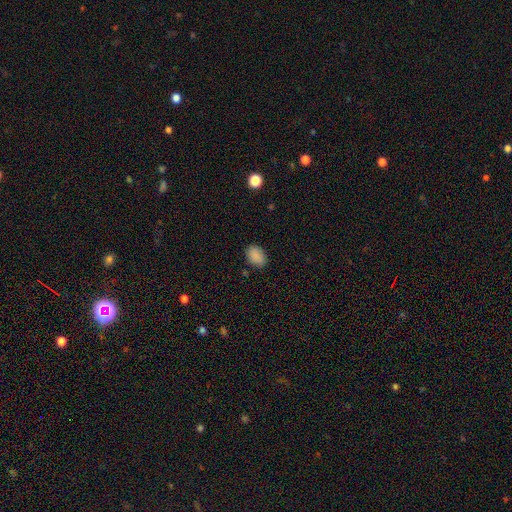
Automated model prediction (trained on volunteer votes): The model was most divided on "how rounded": in between: 82%, round: 17%, cigar-shaped: 1%. More confident: smooth or featured — smooth (88%); merging — none (84%).